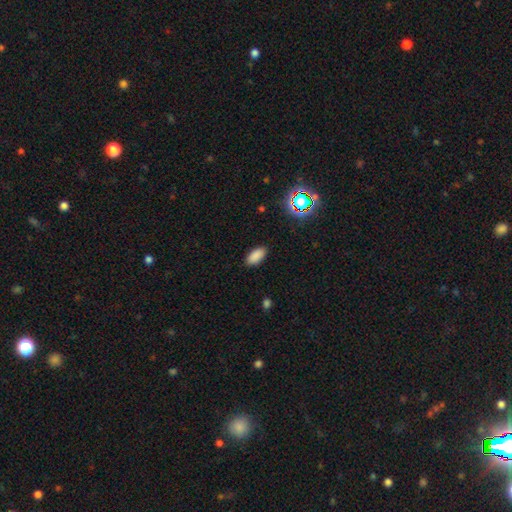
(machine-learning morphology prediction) type=smooth (86%); roundness=in between (92%); merging=none (88%).